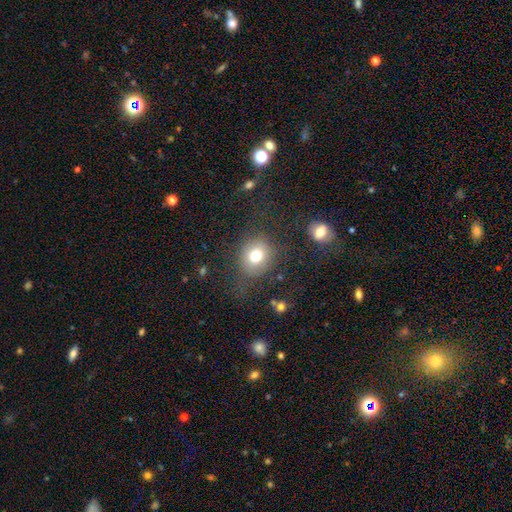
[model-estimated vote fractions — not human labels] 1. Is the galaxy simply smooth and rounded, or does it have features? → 76% smooth, 12% star or artifact, 11% featured or disk.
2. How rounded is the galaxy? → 74% round, 25% in between, 1% cigar-shaped.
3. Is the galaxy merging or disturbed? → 75% none, 14% minor disturbance, 8% major disturbance, 3% merger.